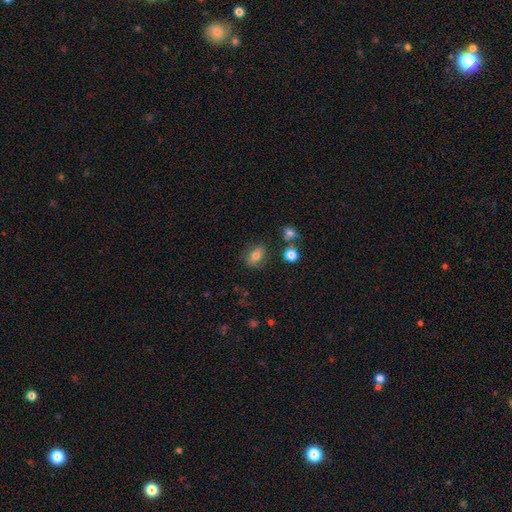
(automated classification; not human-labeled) Smooth or featured? smooth (74%)
How rounded? in between (68%)
Merging? none (72%)